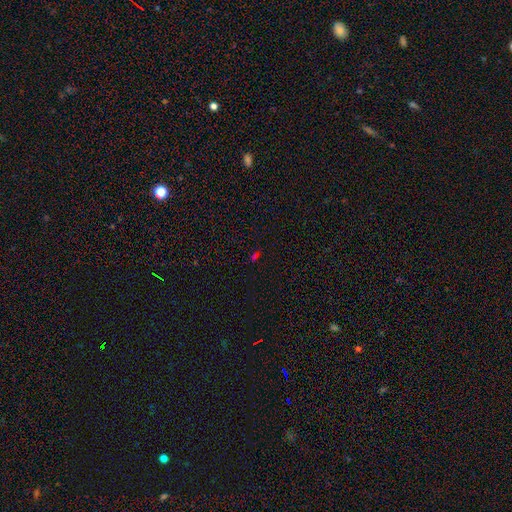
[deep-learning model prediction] Smooth or featured: star or artifact — 49% (smooth — 43%)